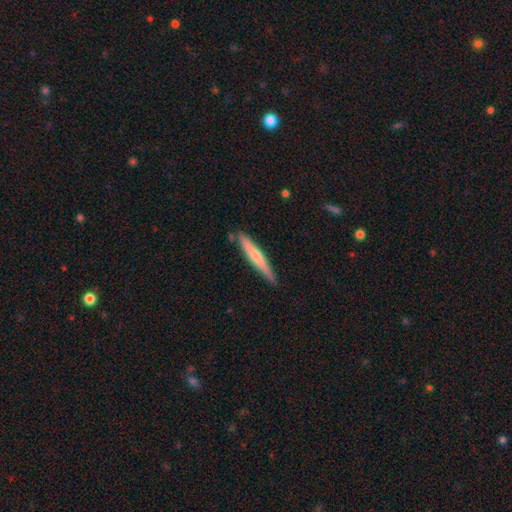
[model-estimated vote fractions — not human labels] This is possibly a smooth galaxy (55%). How rounded: clearly cigar-shaped (94%). Merging: clearly none (83%).